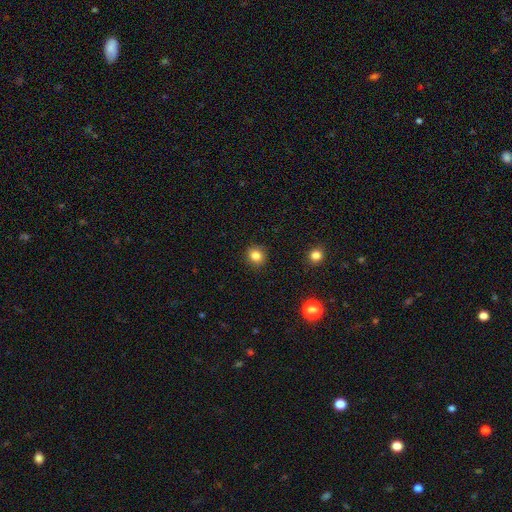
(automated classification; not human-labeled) Q: Smooth or featured?
A: smooth (84%); runner-up: star or artifact (11%)
Q: How rounded?
A: round (85%); runner-up: in between (14%)
Q: Merging?
A: none (90%); runner-up: minor disturbance (7%)